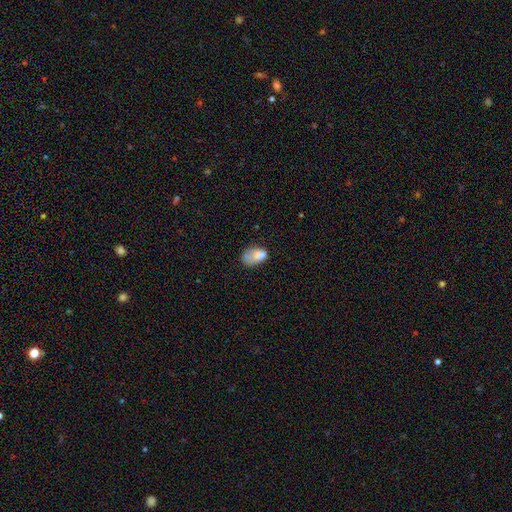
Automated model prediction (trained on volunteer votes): This is likely a smooth galaxy (74%). How rounded: clearly in between (87%). Merging: marginally none (35%).